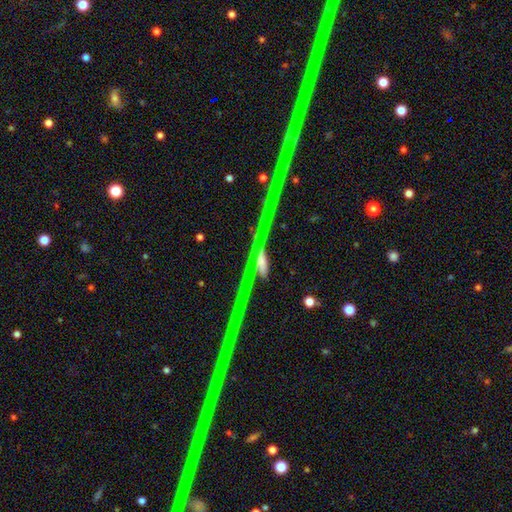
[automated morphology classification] The model was most divided on "smooth or featured": star or artifact: 83%, featured or disk: 12%, smooth: 6%.